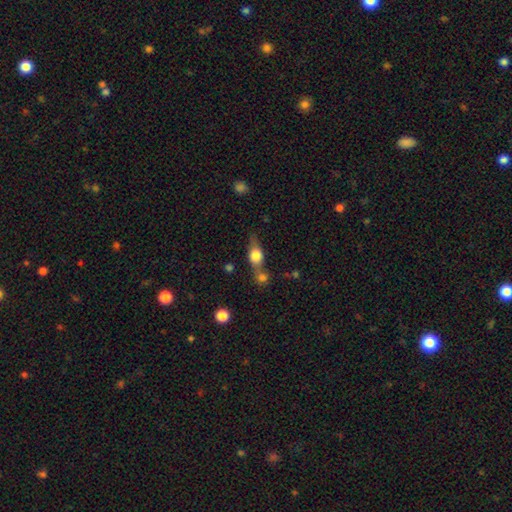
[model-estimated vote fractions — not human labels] Overall: smooth (65%). How rounded: in between (48%; round 40%). Merging: none (40%; merger 37%).